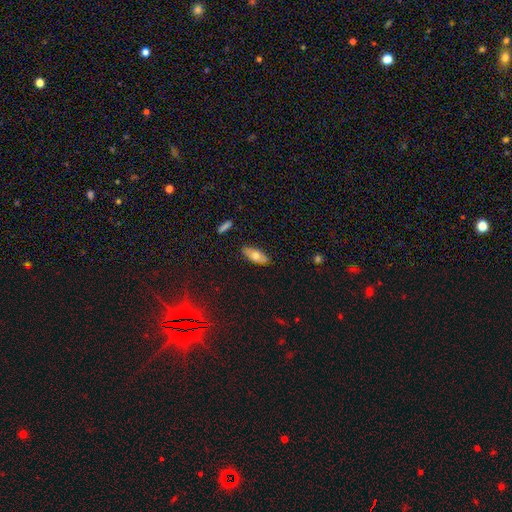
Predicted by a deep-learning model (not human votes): smooth_or_featured: smooth (p=0.65) [alt: featured or disk p=0.27]
how_rounded: in between (p=0.83) [alt: cigar-shaped p=0.14]
merging: none (p=0.85) [alt: minor disturbance p=0.11]